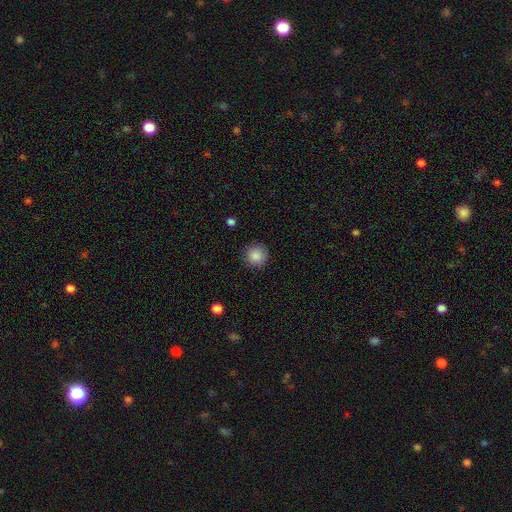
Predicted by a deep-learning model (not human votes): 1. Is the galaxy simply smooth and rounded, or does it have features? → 87% smooth, 9% star or artifact, 4% featured or disk.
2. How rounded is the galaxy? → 95% round, 4% in between, 1% cigar-shaped.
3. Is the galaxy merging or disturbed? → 89% none, 7% minor disturbance, 2% major disturbance, 1% merger.